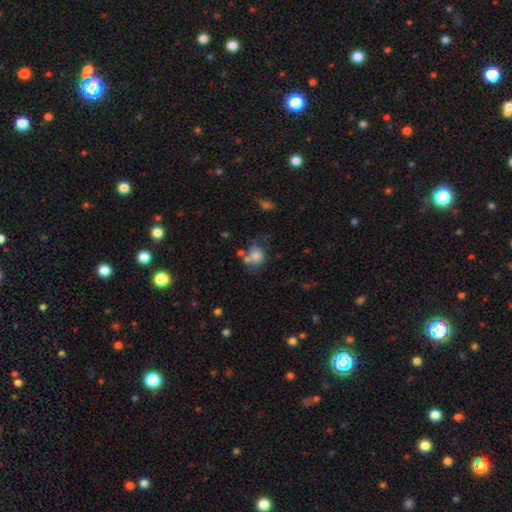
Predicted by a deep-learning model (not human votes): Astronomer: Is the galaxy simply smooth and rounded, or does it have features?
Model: smooth — 77%.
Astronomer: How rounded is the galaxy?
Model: round — 68%.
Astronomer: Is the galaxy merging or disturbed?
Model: none — 44% (runner-up: merger, 22%).